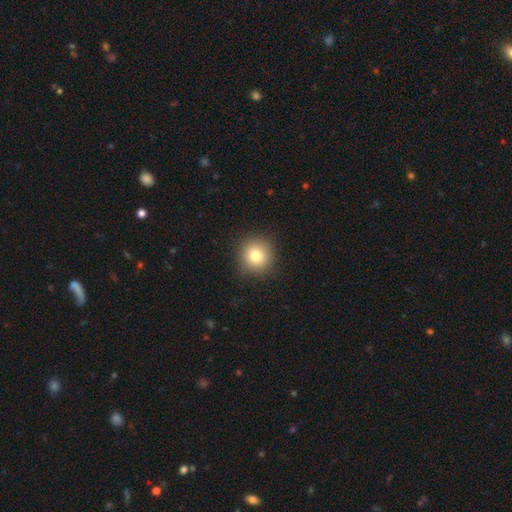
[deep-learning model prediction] A smooth galaxy with no disk features (79%) that is round (93%).

Vote fractions:
- Smooth or featured? smooth: 79% / star or artifact: 12% / featured or disk: 9%
- How rounded? round: 93% / in between: 6% / cigar-shaped: 1%
- Merging? none: 90% / minor disturbance: 6% / major disturbance: 2% / merger: 1%